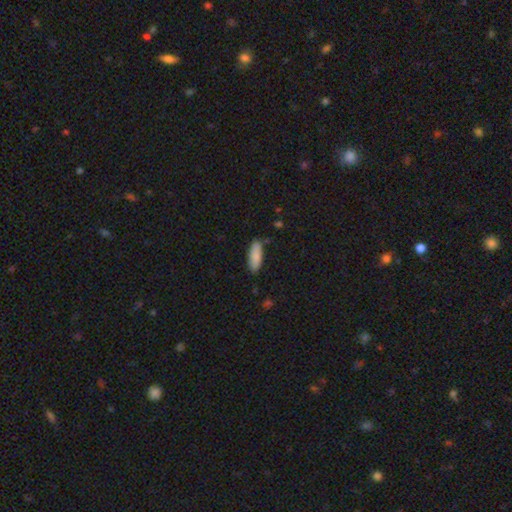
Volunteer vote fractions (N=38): Smooth or featured? 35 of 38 (92%) said smooth. How rounded? 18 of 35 (51%) said in between. Merging? 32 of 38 (84%) said none.